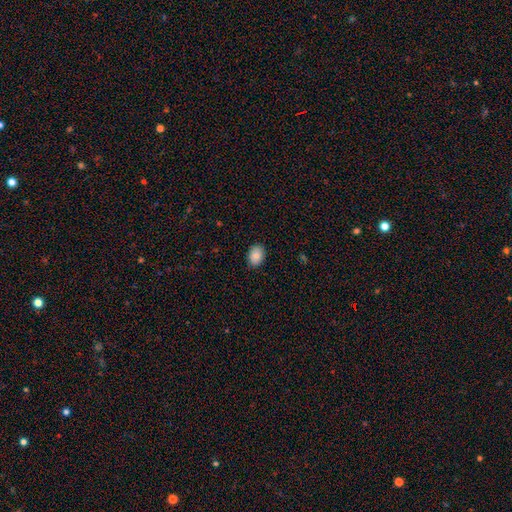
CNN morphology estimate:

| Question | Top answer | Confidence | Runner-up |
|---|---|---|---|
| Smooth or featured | smooth | 86% | star or artifact (7%) |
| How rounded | in between | 75% | round (24%) |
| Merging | none | 87% | minor disturbance (10%) |